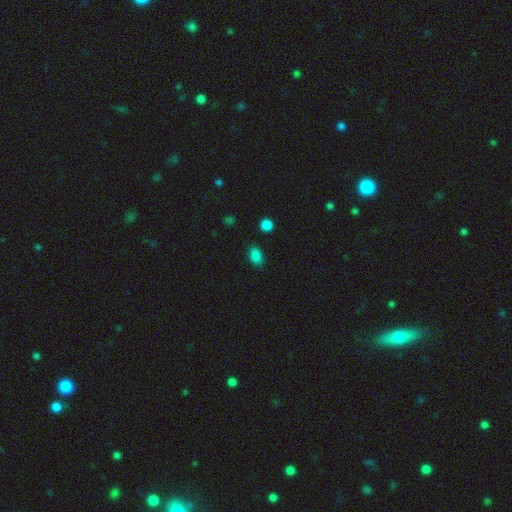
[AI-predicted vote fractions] A smooth galaxy with no disk features (85%) that is in between round and cigar-shaped (81%). Merging: none (86%).